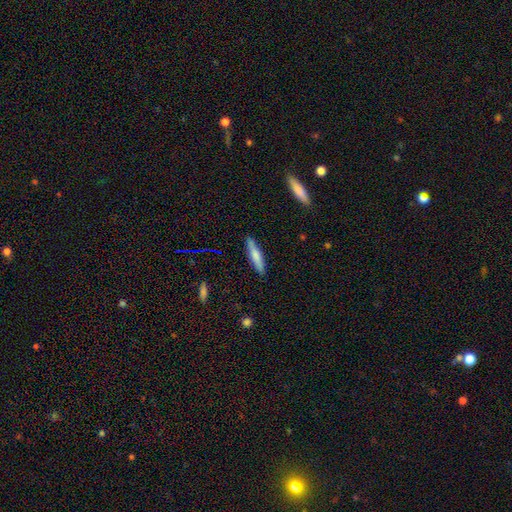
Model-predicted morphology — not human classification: A smooth galaxy with no disk features (70%) that is cigar-shaped (85%).

Vote fractions:
- Smooth or featured? smooth: 70% / featured or disk: 23% / star or artifact: 6%
- How rounded? cigar-shaped: 85% / in between: 14% / round: 1%
- Merging? none: 87% / minor disturbance: 9% / major disturbance: 2% / merger: 1%